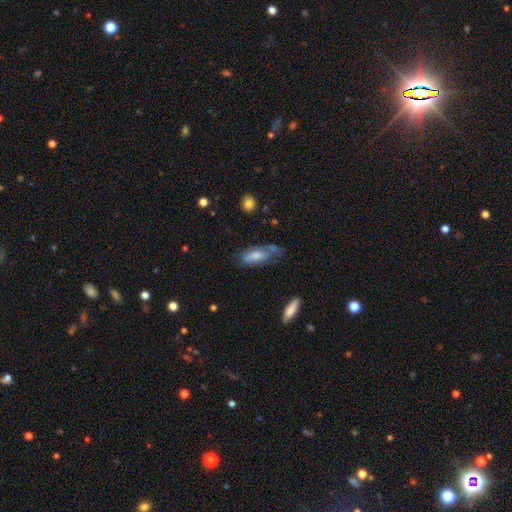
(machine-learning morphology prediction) The model was most divided on "merging": none: 44%, minor disturbance: 31%, major disturbance: 15%, merger: 10%. More confident: how rounded — in between (69%); smooth or featured — smooth (68%).